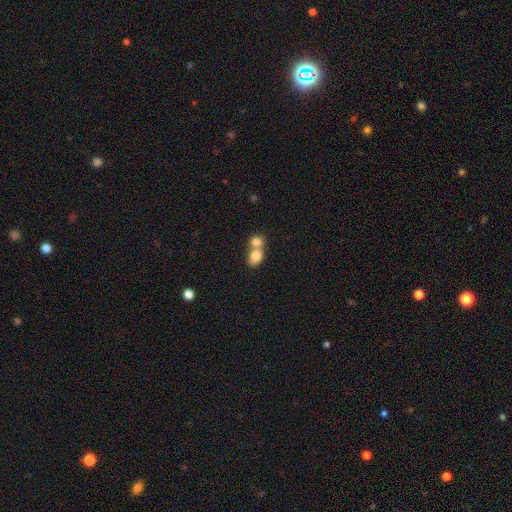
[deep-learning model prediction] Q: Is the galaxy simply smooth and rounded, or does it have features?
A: smooth — 79%.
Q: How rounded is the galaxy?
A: in between — 60%.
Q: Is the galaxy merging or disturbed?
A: merger — 69%.